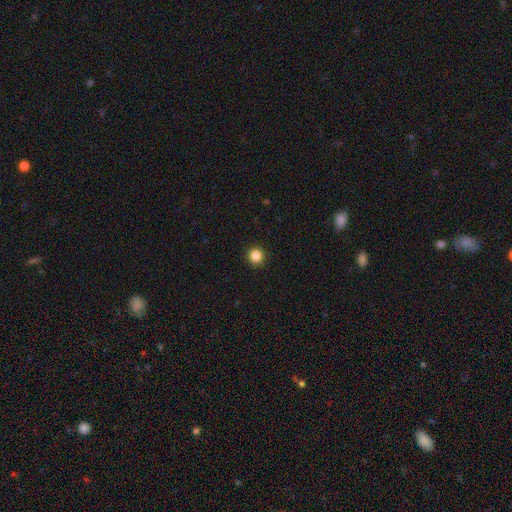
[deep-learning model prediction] Smooth or featured: smooth — 86% (star or artifact — 11%)
How rounded: round — 95% (in between — 4%)
Merging: none — 93% (minor disturbance — 4%)